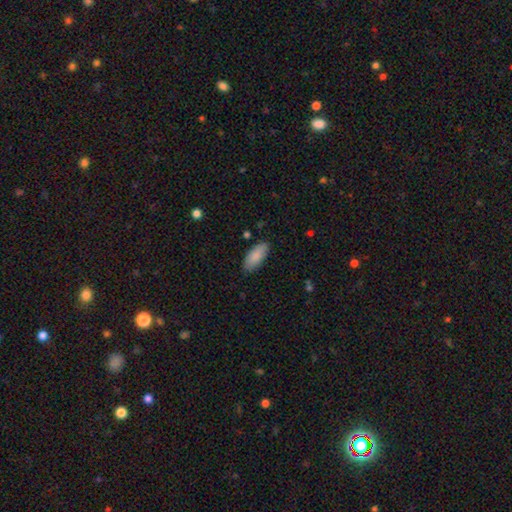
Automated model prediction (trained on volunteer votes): Morphology: type=smooth (87%); roundness=in between (86%); merging=none (84%).